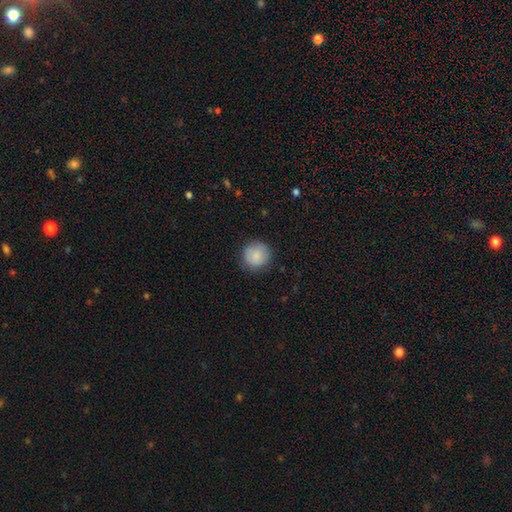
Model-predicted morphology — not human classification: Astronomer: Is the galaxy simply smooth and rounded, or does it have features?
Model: smooth — 85%.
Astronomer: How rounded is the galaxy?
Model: round — 93%.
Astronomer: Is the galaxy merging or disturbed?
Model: none — 84%.